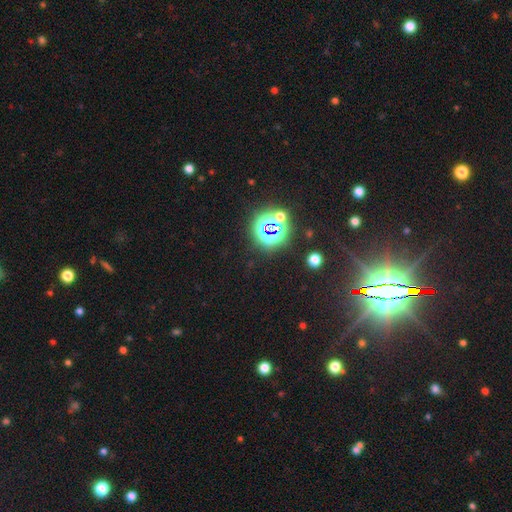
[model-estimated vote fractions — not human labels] Overall: star or artifact (83%).